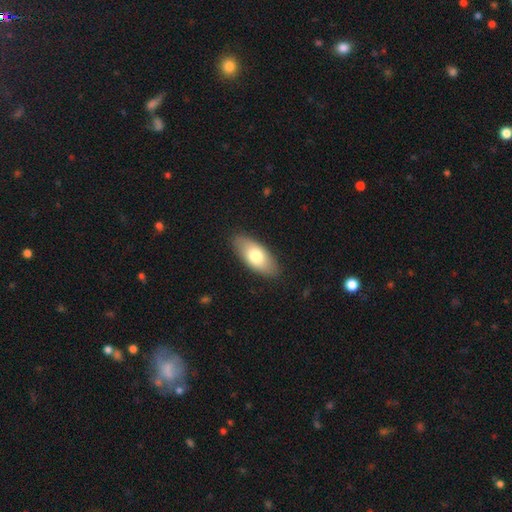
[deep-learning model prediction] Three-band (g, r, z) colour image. It shows a smooth galaxy with no disk features (73%) that is in between round and cigar-shaped (88%). Merging: none (86%).